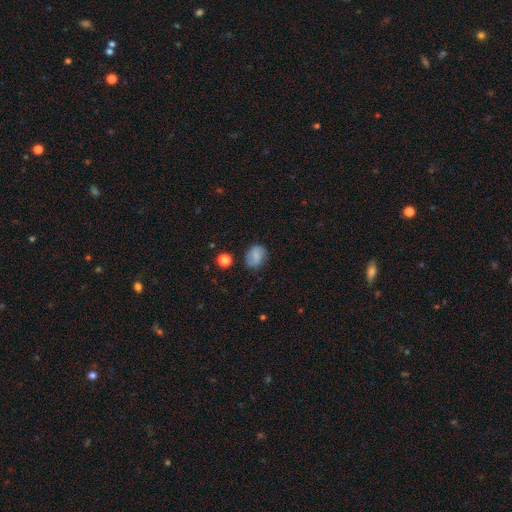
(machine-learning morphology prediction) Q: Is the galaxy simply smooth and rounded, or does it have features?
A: smooth — 68%.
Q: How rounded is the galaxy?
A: in between — 50%.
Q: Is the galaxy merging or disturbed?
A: none — 75%.